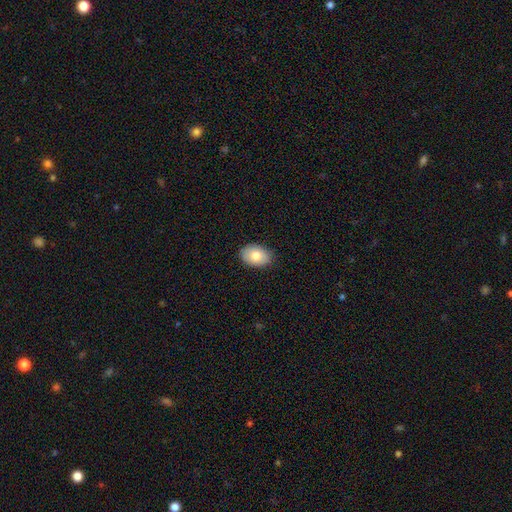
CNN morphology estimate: type=smooth (79%); roundness=in between (83%); merging=none (86%).